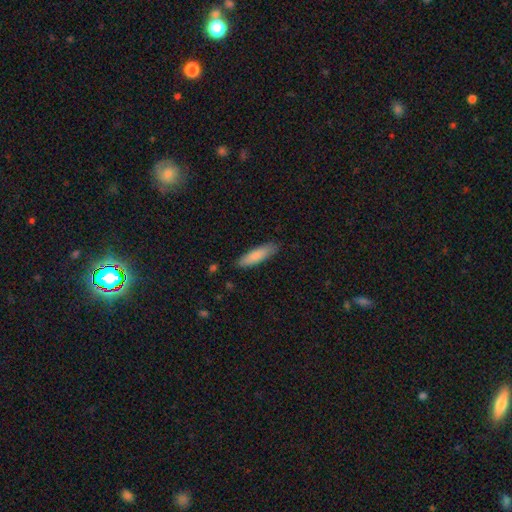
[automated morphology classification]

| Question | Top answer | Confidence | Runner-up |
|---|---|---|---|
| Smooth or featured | smooth | 83% | featured or disk (11%) |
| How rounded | cigar-shaped | 67% | in between (32%) |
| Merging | none | 85% | minor disturbance (12%) |